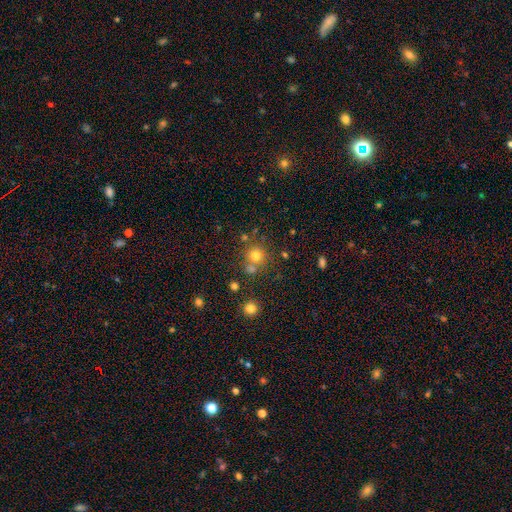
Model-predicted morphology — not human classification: This appears to be a smooth galaxy with no disk features (75%) that is round (91%). Merging: none (67%).